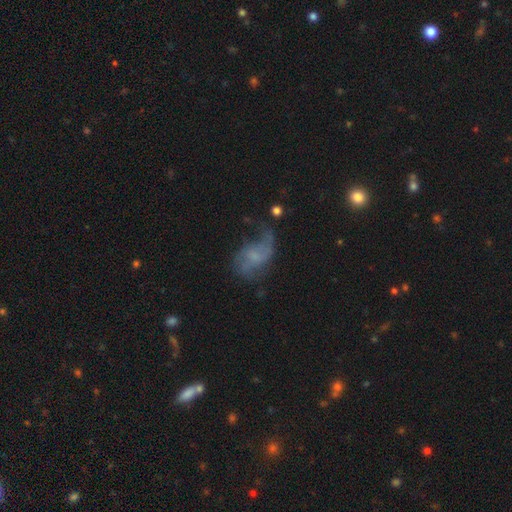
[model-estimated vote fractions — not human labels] The model was most divided on "merging": none: 37%, major disturbance: 35%, minor disturbance: 23%, merger: 4%. Remaining: edge-on disk — no (97%); spiral arms — yes (79%); smooth or featured — featured or disk (63%); bar — no (60%); bulge size — none (41%).